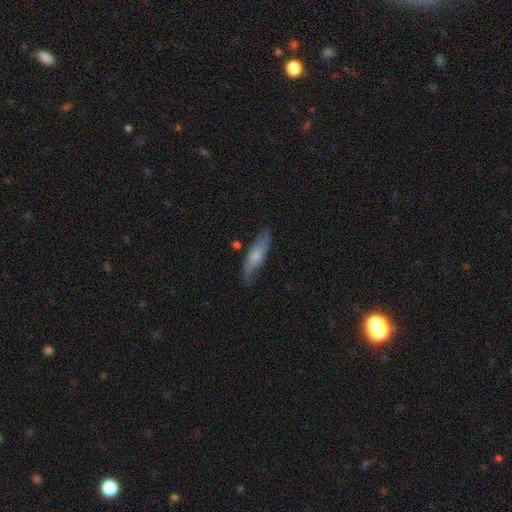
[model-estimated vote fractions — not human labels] Overall: smooth (56%; featured or disk 38%). How rounded: cigar-shaped (67%; in between 31%). Merging: none (74%).